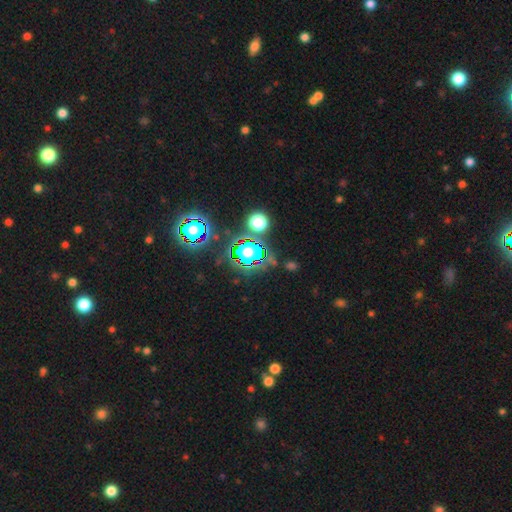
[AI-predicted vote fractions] Morphology: type=star or artifact (67%).